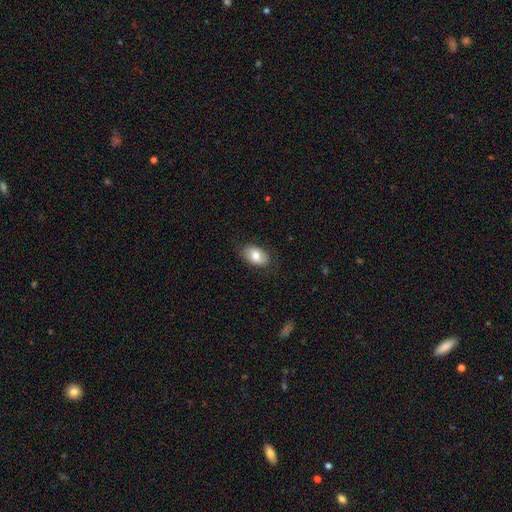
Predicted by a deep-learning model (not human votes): Smooth or featured? smooth (78%)
How rounded? in between (89%)
Merging? none (83%)